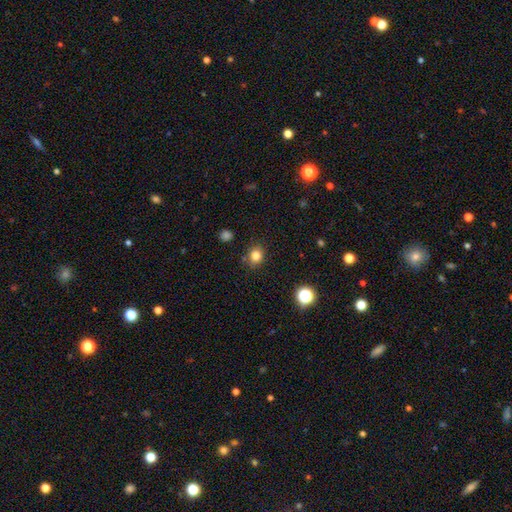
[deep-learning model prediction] This appears to be a smooth galaxy with no disk features (81%) that is round (63%). Merging: none (82%).